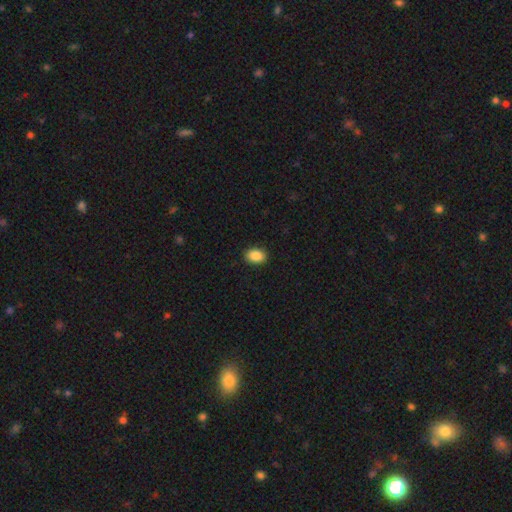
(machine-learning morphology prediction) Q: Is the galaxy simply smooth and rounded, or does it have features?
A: smooth — 89%.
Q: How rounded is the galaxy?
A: in between — 80%.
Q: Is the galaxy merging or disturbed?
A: none — 90%.